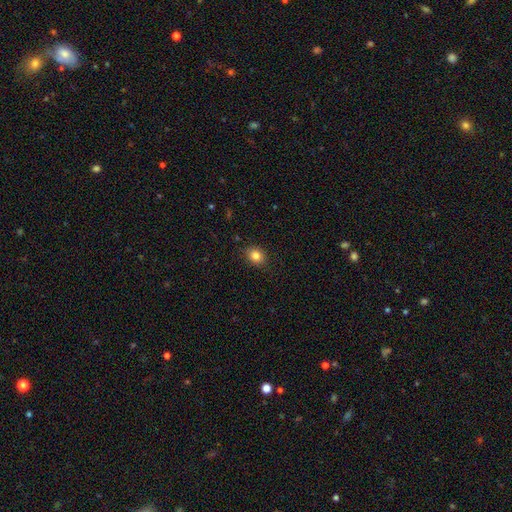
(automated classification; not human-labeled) Smooth or featured? Predicted: smooth (p=0.84). How rounded? Predicted: round (p=0.51). Merging? Predicted: none (p=0.86).